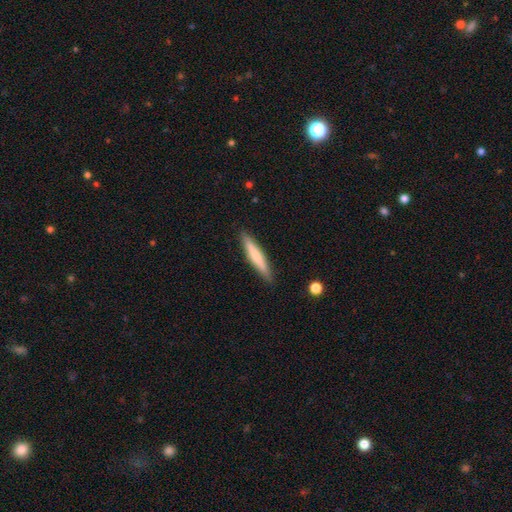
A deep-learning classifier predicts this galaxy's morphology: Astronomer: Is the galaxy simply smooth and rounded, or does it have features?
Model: smooth — 64%.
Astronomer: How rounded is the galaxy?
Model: cigar-shaped — 92%.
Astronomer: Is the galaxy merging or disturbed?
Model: none — 89%.